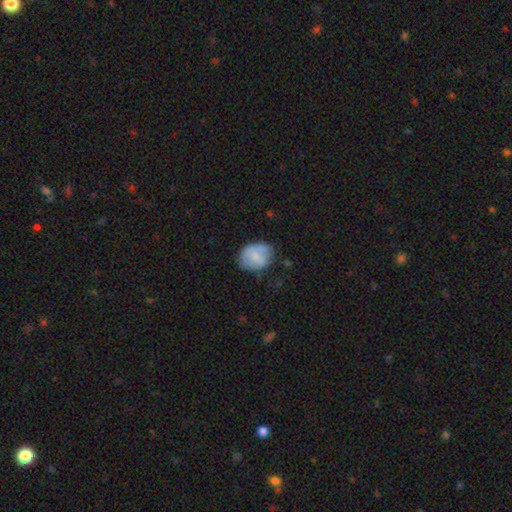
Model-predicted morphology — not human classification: A smooth galaxy with no disk features (67%) that is in between round and cigar-shaped (52%).

Vote fractions:
- Smooth or featured? smooth: 67% / featured or disk: 26% / star or artifact: 7%
- How rounded? in between: 52% / round: 47% / cigar-shaped: 1%
- Merging? none: 61% / minor disturbance: 27% / major disturbance: 9% / merger: 3%